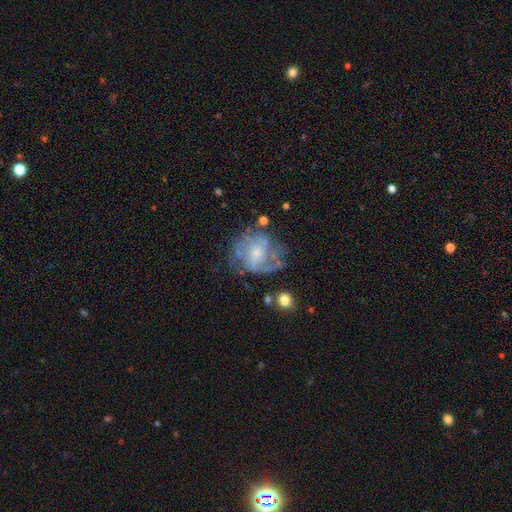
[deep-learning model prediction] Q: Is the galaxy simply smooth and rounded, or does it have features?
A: featured or disk — 73%.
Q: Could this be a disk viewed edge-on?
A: no — 97%.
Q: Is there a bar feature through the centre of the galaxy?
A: no — 57%.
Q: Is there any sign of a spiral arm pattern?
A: yes — 81%.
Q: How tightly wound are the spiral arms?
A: medium — 43%.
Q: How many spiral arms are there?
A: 2 — 37%.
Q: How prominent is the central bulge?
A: small — 54%.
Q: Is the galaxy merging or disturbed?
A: none — 60%.